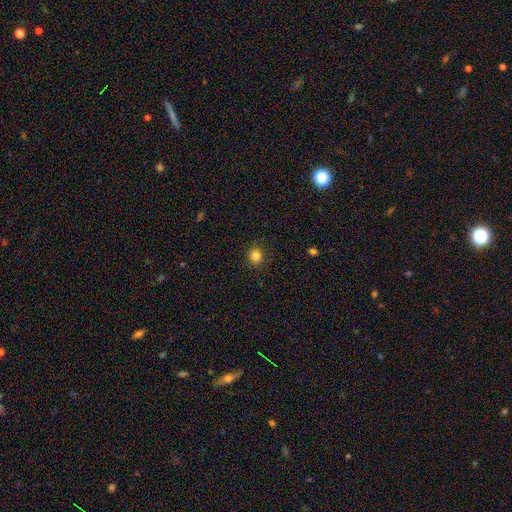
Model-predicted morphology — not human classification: Q: Smooth or featured?
A: smooth (84%); runner-up: star or artifact (12%)
Q: How rounded?
A: round (85%); runner-up: in between (14%)
Q: Merging?
A: none (90%); runner-up: minor disturbance (7%)